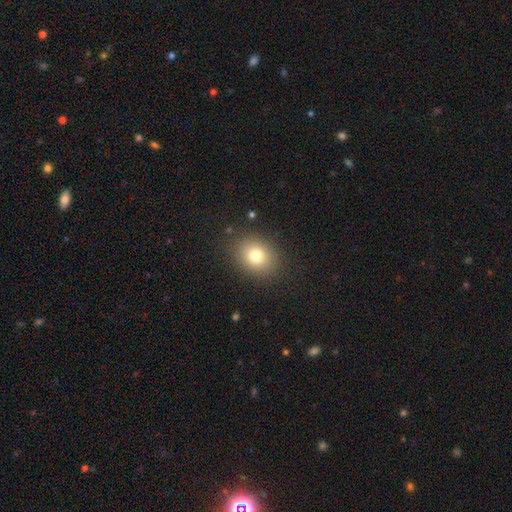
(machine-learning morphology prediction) Smooth or featured? Predicted: smooth (p=0.77). How rounded? Predicted: round (p=0.53). Merging? Predicted: none (p=0.86).